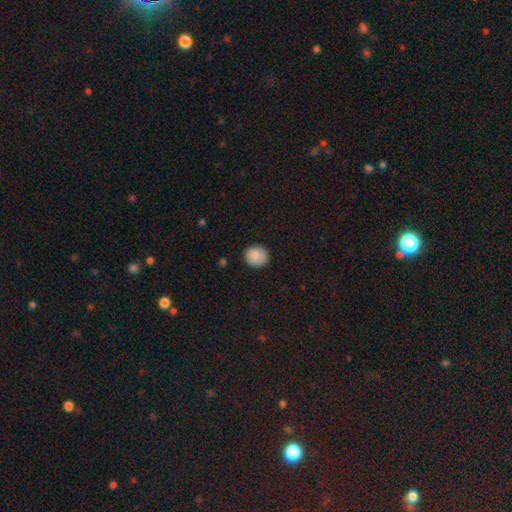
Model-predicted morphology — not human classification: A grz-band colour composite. It shows a smooth galaxy with no disk features (87%) that is round (83%). Merging: none (87%).